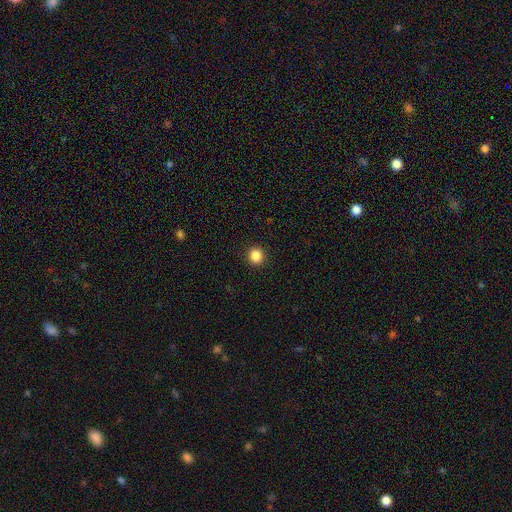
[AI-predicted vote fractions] Smooth or featured?
  - smooth: 85% *
  - star or artifact: 11%
  - featured or disk: 4%
How rounded?
  - round: 89% *
  - in between: 10%
  - cigar-shaped: 1%
Merging?
  - none: 93% *
  - minor disturbance: 5%
  - major disturbance: 2%
  - merger: 1%